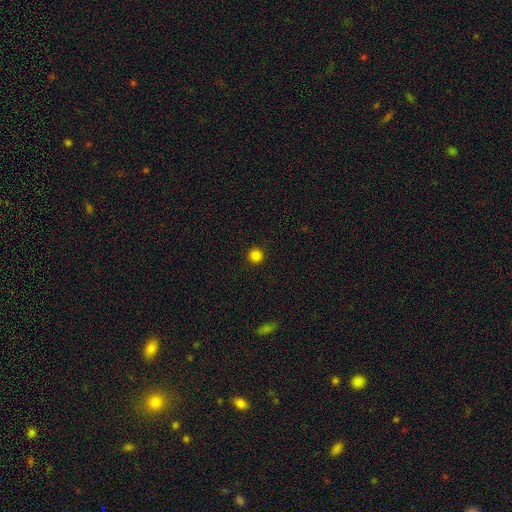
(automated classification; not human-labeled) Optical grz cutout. It shows a smooth galaxy with no disk features (84%) that is round (96%). Merging: none (93%).